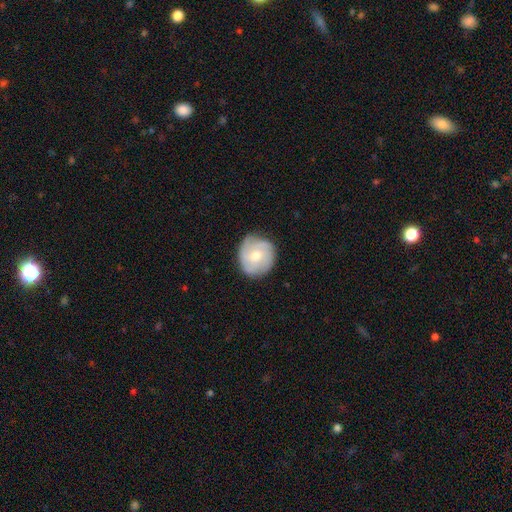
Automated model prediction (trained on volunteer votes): A featured or disk galaxy (58%) with no bar (74%), spiral arms (84%) and a moderate central bulge (63%).

Vote fractions:
- Smooth or featured? featured or disk: 58% / smooth: 36% / star or artifact: 7%
- Edge-on disk? no: 97% / yes: 3%
- Bar? no: 74% / weak: 22% / strong: 4%
- Spiral arms? yes: 84% / no: 16%
- Bulge size? moderate: 63% / small: 32% / large: 2% / none: 1% / dominant: 1%
- Merging? none: 76% / minor disturbance: 18% / major disturbance: 4% / merger: 1%